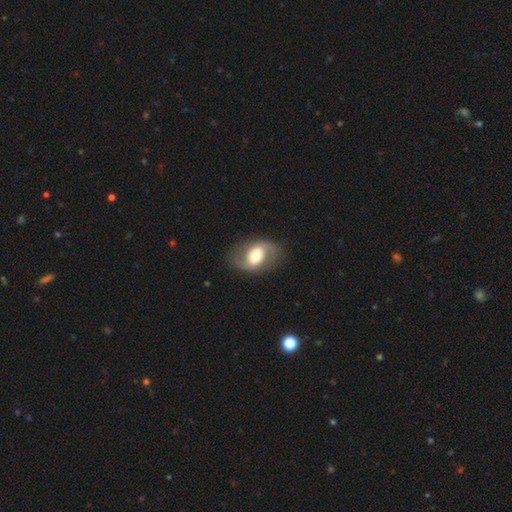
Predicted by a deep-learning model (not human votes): smooth-or-featured: featured or disk: 71% | smooth: 23% | star or artifact: 6%
  disk-edge-on: no: 96% | yes: 4%
    bar: no: 43% | weak: 37% | strong: 20%
    has-spiral-arms: yes: 81% | no: 19%
      spiral-winding: loose: 45% | medium: 41% | tight: 13%
      spiral-arm-count: 2: 91% | can't tell: 4% | 1: 2% | 3: 1% | more than 4: 1% | 4: 1%
    bulge-size: moderate: 57% | large: 29% | small: 9% | dominant: 4% | none: 1%
  merging: none: 79% | minor disturbance: 13% | major disturbance: 7% | merger: 1%